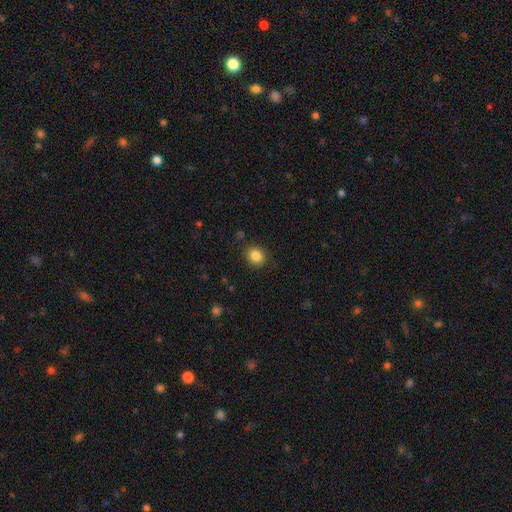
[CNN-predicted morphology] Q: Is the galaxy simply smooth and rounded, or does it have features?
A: smooth — 85%.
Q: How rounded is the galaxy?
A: round — 70%.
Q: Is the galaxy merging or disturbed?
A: none — 87%.